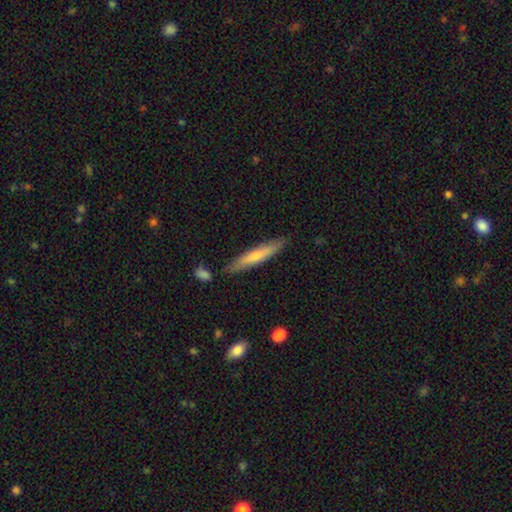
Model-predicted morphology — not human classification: smooth_or_featured: featured or disk (p=0.52) [alt: smooth p=0.40]
disk_edge_on: yes (p=0.91) [alt: no p=0.09]
merging: none (p=0.86) [alt: minor disturbance p=0.09]